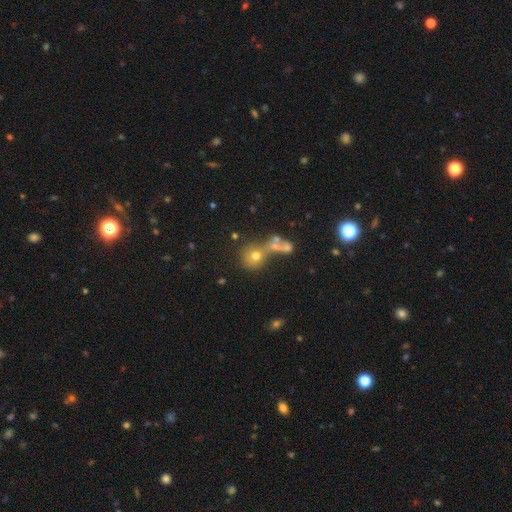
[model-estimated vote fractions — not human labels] Smooth or featured: smooth — 55% (star or artifact — 30%)
How rounded: round — 86% (in between — 12%)
Merging: none — 54% (merger — 33%)